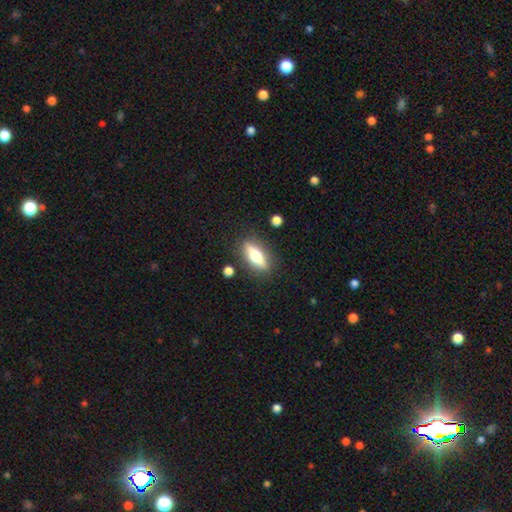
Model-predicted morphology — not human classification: type=smooth (51%); roundness=in between (54%); merging=none (85%).